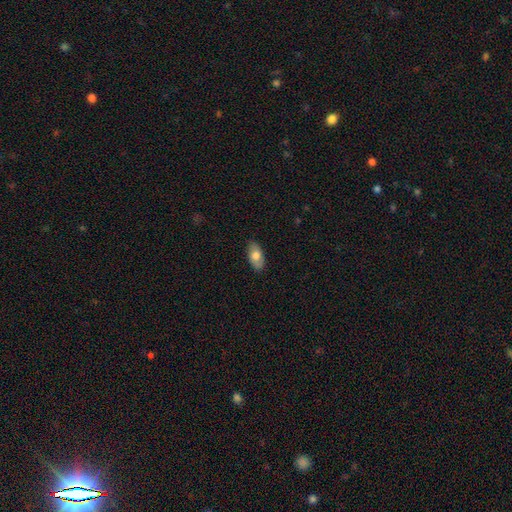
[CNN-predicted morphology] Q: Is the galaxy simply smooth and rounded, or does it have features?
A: smooth — 73%.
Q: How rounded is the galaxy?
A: in between — 92%.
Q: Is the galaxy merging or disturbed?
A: none — 86%.